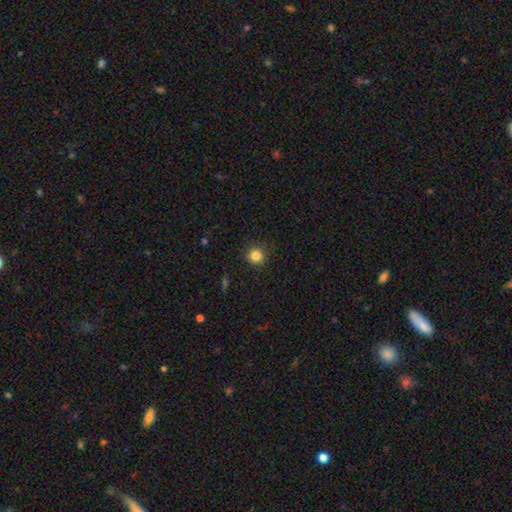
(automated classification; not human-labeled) Smooth or featured? Predicted: smooth (p=0.84). How rounded? Predicted: round (p=0.94). Merging? Predicted: none (p=0.91).